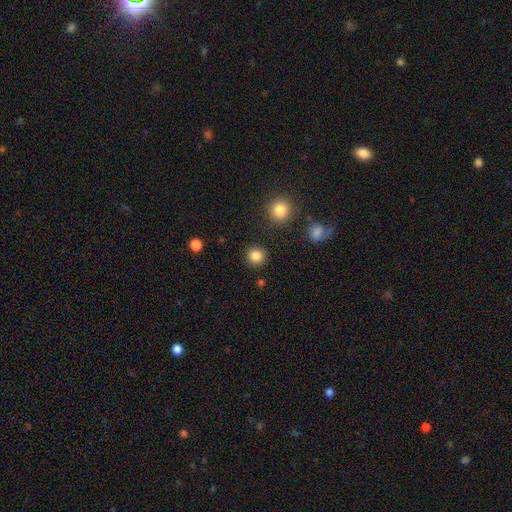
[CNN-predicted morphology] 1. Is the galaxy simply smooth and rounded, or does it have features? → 85% smooth, 11% star or artifact, 4% featured or disk.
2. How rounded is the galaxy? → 94% round, 5% in between, 1% cigar-shaped.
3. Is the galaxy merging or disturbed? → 91% none, 5% minor disturbance, 2% major disturbance, 2% merger.